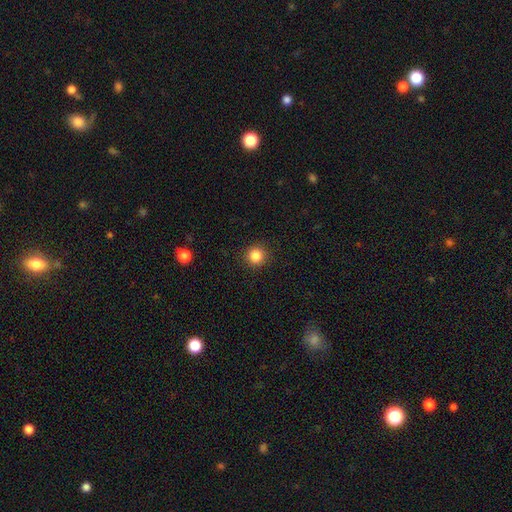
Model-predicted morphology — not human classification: smooth 85%, star or artifact 11%, featured or disk 4%. Down the decision tree: how rounded — round (94%); merging — none (92%).